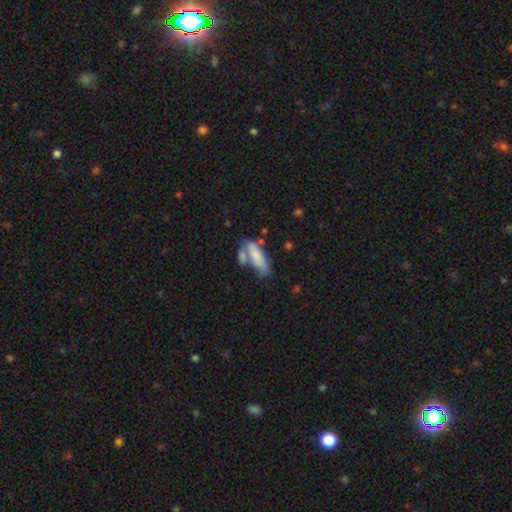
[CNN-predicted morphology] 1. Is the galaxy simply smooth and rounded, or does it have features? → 77% smooth, 16% featured or disk, 7% star or artifact.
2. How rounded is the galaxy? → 57% in between, 41% cigar-shaped, 2% round.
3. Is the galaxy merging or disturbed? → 39% none, 35% merger, 17% minor disturbance, 8% major disturbance.